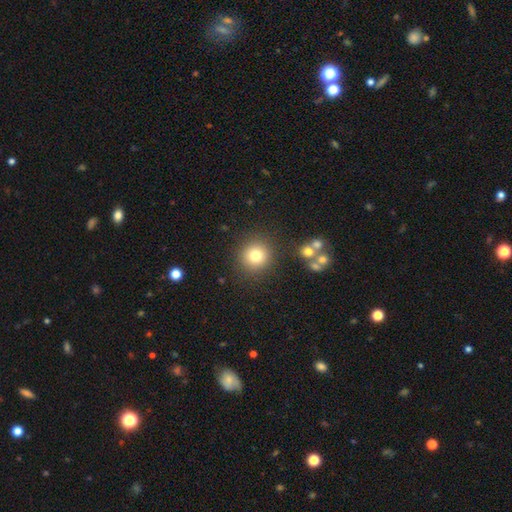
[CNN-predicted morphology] Overall: smooth (77%). How rounded: round (92%). Merging: none (86%).